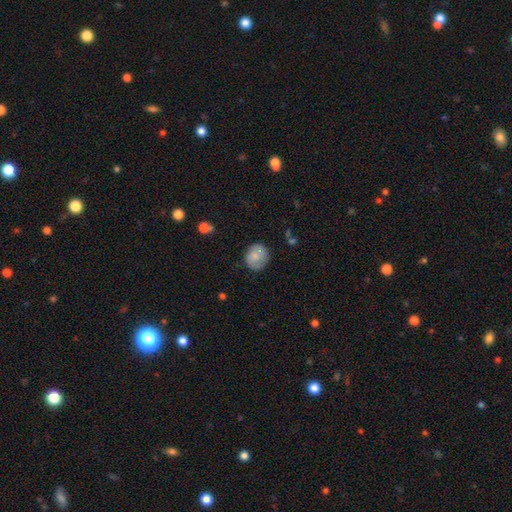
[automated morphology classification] Q: Smooth or featured?
A: smooth (70%); runner-up: featured or disk (22%)
Q: How rounded?
A: round (76%); runner-up: in between (23%)
Q: Merging?
A: none (72%); runner-up: minor disturbance (20%)